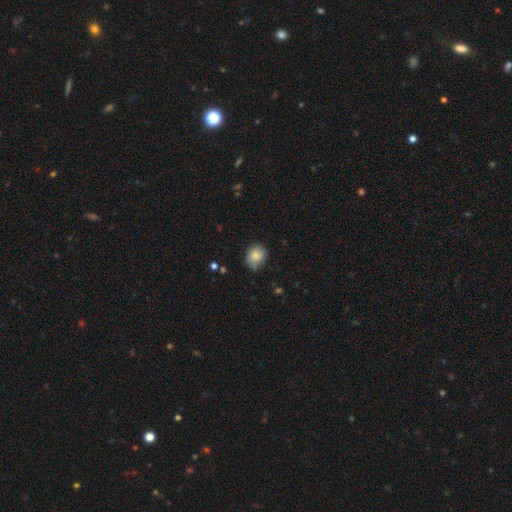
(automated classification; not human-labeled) This is clearly a smooth galaxy (84%). How rounded: likely round (62%). Merging: likely none (65%).